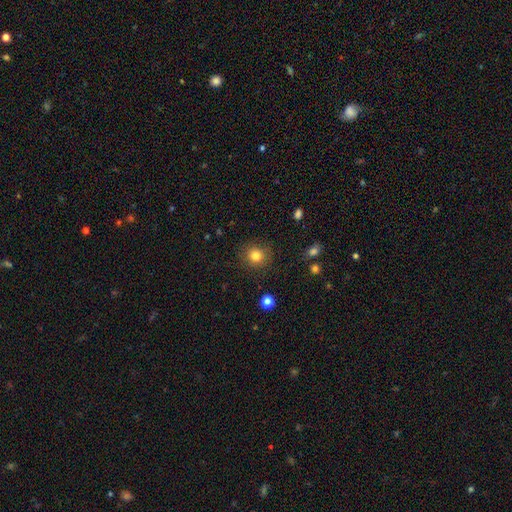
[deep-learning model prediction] Smooth or featured? Predicted: smooth (p=0.82). How rounded? Predicted: round (p=0.87). Merging? Predicted: none (p=0.87).